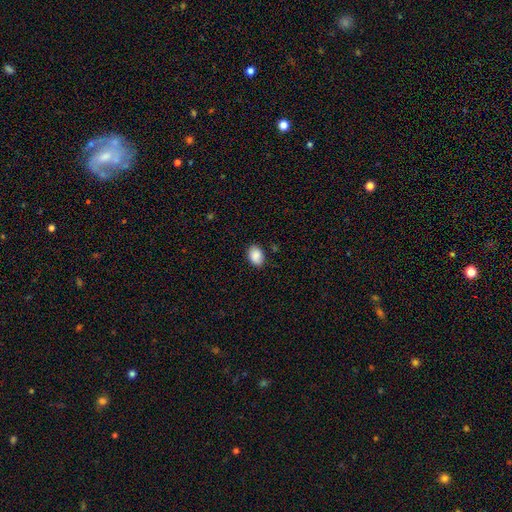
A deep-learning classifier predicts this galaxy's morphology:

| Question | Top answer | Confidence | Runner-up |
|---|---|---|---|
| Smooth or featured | smooth | 89% | star or artifact (7%) |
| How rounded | in between | 81% | round (18%) |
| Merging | none | 84% | minor disturbance (12%) |